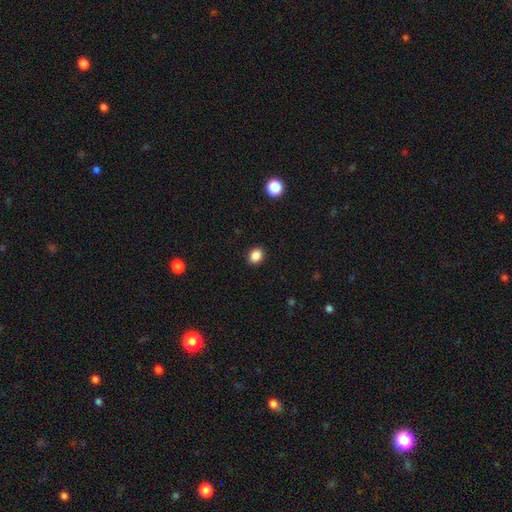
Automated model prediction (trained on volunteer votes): Q: Smooth or featured?
A: smooth (87%); runner-up: star or artifact (10%)
Q: How rounded?
A: in between (50%); runner-up: round (49%)
Q: Merging?
A: none (91%); runner-up: minor disturbance (6%)